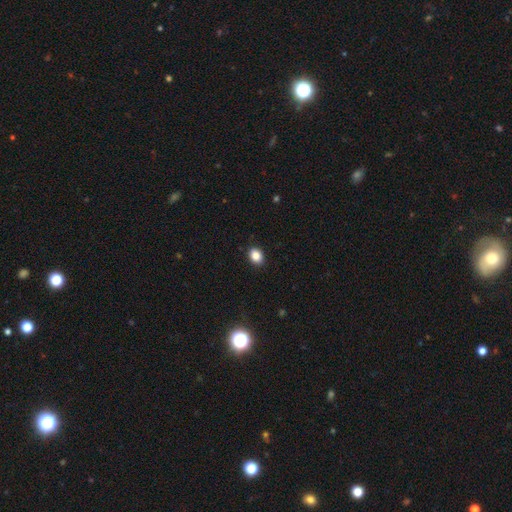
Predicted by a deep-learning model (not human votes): Smooth or featured? smooth (86%)
How rounded? in between (63%)
Merging? none (90%)